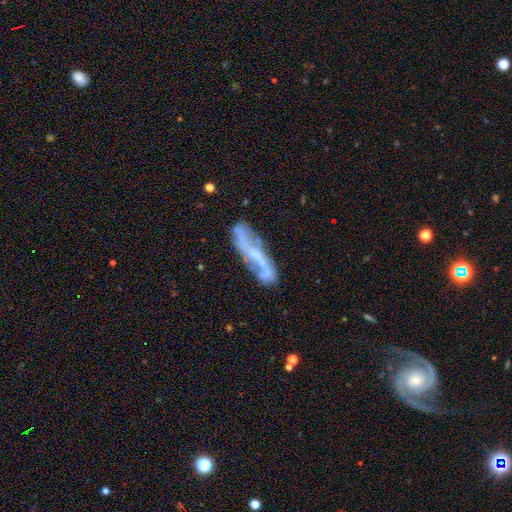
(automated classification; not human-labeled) The model was most divided on "edge-on disk": no: 68%, yes: 32%. More confident: smooth or featured — featured or disk (67%); merging — none (66%).